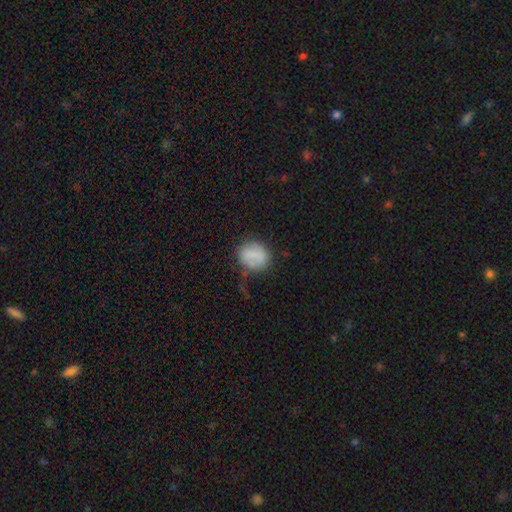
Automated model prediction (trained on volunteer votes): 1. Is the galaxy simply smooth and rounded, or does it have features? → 75% smooth, 17% featured or disk, 9% star or artifact.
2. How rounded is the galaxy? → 65% round, 34% in between, 2% cigar-shaped.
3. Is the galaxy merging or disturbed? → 60% none, 23% minor disturbance, 11% major disturbance, 5% merger.